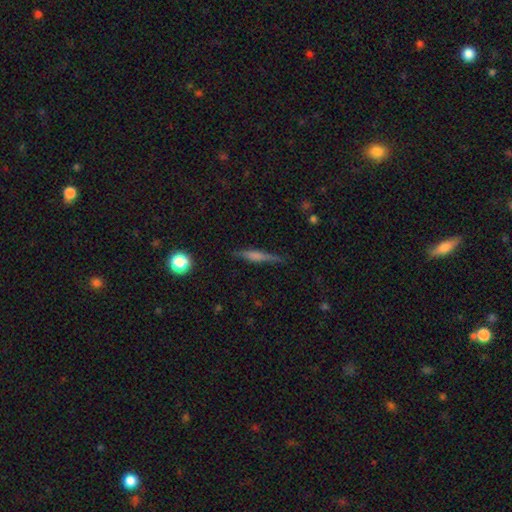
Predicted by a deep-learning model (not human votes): Smooth or featured? featured or disk (58%)
Edge-on disk? yes (95%)
Edge-on bulge? rounded (72%)
Merging? none (86%)